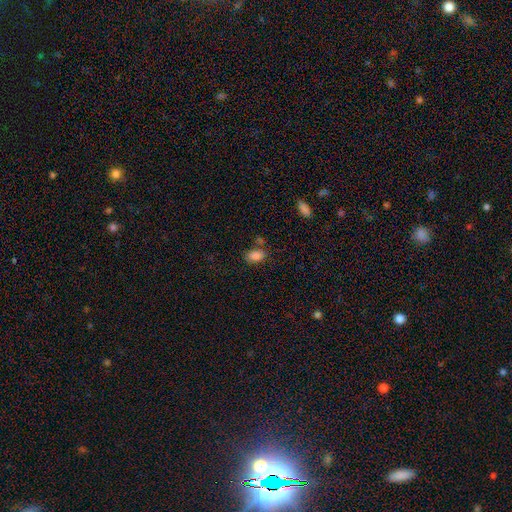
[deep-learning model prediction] This is clearly a smooth galaxy (85%). How rounded: clearly in between (89%). Merging: likely none (69%).